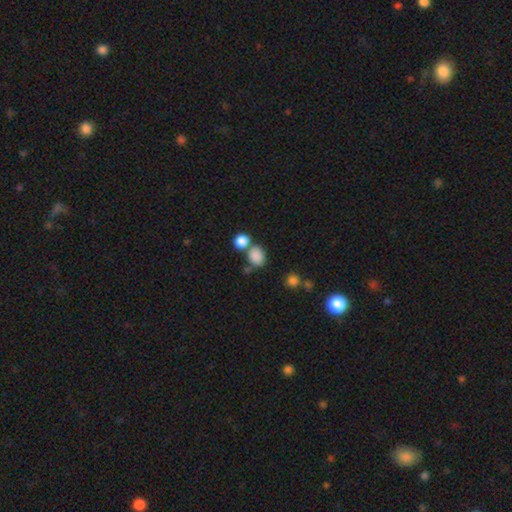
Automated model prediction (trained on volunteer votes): A smooth galaxy with no disk features (84%) that is in between round and cigar-shaped (53%).

Vote fractions:
- Smooth or featured? smooth: 84% / star or artifact: 11% / featured or disk: 5%
- How rounded? in between: 53% / round: 46% / cigar-shaped: 1%
- Merging? none: 54% / merger: 29% / minor disturbance: 12% / major disturbance: 5%